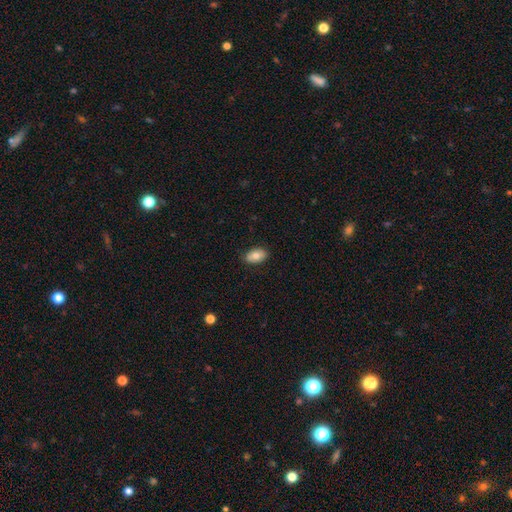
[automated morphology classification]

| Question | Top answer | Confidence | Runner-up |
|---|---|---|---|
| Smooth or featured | smooth | 76% | featured or disk (16%) |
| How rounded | in between | 91% | round (7%) |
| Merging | none | 86% | minor disturbance (11%) |